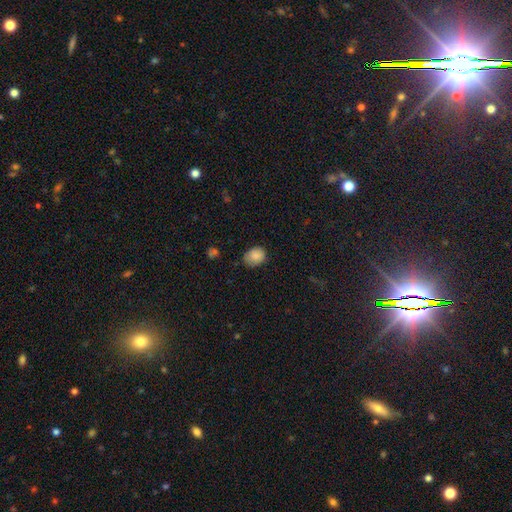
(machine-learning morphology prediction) smooth-or-featured: smooth: 86% | star or artifact: 9% | featured or disk: 5%
  how-rounded: in between: 58% | round: 41% | cigar-shaped: 1%
  merging: none: 66% | minor disturbance: 28% | major disturbance: 5% | merger: 1%